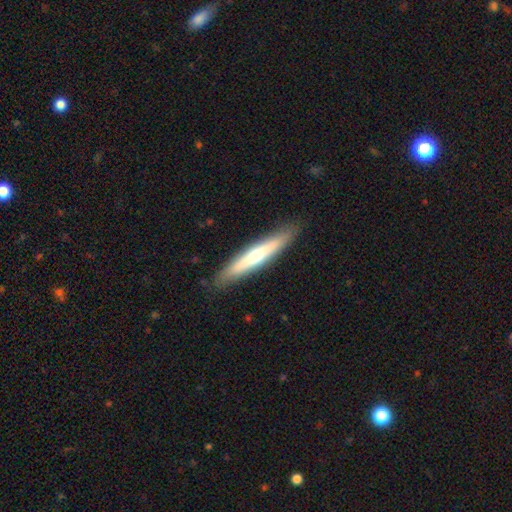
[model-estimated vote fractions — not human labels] This appears to be a featured or disk galaxy (47%, tied with smooth). Merging: none (89%).